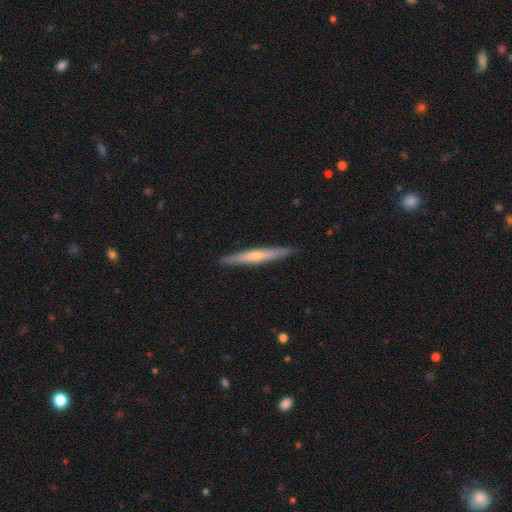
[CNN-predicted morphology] Overall: featured or disk (51%; smooth 44%). Edge-on disk: yes (96%). Merging: none (91%).